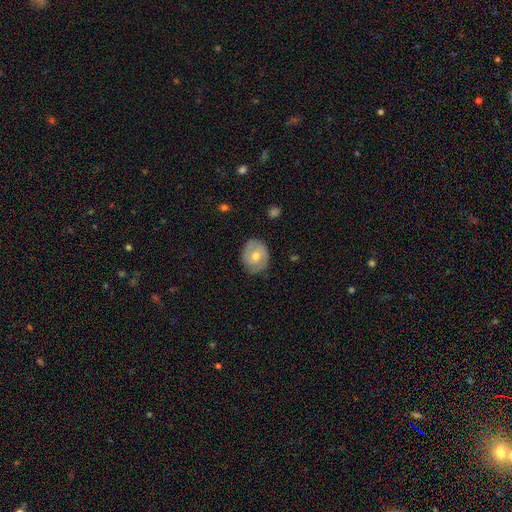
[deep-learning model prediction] smooth-or-featured: smooth: 57% | featured or disk: 36% | star or artifact: 7%
  how-rounded: round: 66% | in between: 33% | cigar-shaped: 1%
  merging: none: 75% | minor disturbance: 19% | major disturbance: 4% | merger: 1%